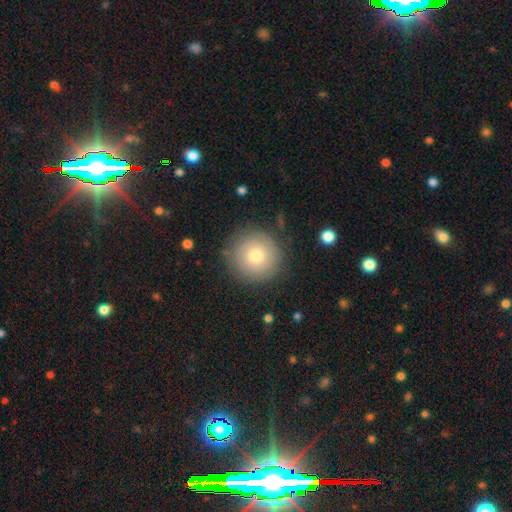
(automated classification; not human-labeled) This appears to be a smooth galaxy with no disk features (67%) that is round (95%). Merging: none (84%).